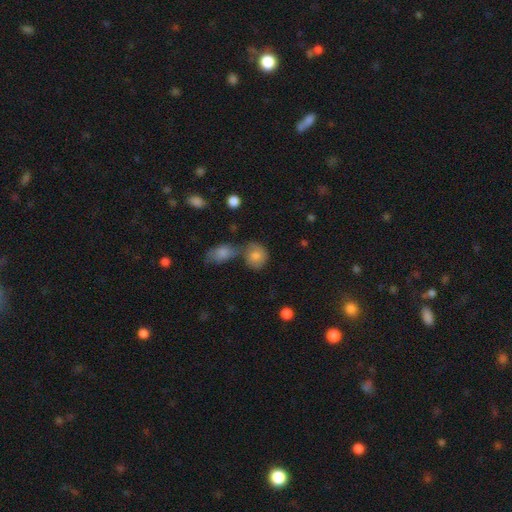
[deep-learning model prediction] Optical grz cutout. It shows a smooth galaxy with no disk features (79%) that is round (66%). Merging: none (44%).